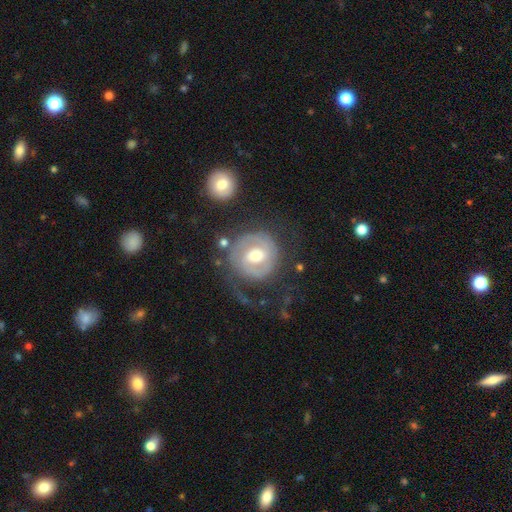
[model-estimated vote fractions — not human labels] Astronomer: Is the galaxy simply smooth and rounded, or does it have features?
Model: featured or disk — 75%.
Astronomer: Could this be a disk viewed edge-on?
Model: no — 97%.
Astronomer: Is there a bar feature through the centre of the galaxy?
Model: weak — 46% (runner-up: no, 40%).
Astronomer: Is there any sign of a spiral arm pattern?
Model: yes — 83%.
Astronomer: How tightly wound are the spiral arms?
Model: tight — 61%.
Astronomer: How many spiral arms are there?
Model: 2 — 56%.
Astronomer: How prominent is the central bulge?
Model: moderate — 65%.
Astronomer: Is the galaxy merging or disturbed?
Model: none — 59%.